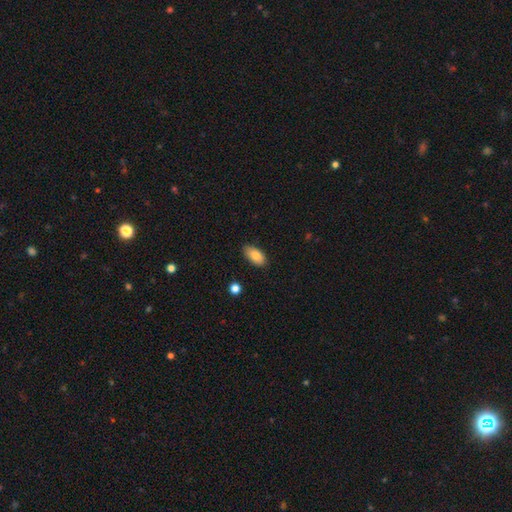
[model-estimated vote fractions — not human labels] This appears to be a smooth galaxy with no disk features (84%) that is in between round and cigar-shaped (92%). Merging: none (83%).